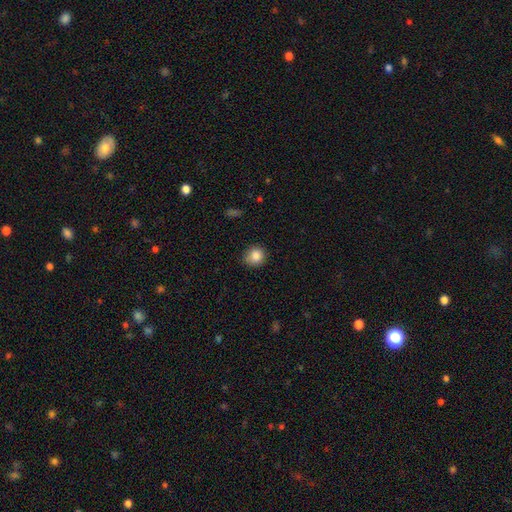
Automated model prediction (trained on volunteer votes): Q: Smooth or featured?
A: smooth (86%); runner-up: star or artifact (10%)
Q: How rounded?
A: round (87%); runner-up: in between (12%)
Q: Merging?
A: none (81%); runner-up: minor disturbance (15%)